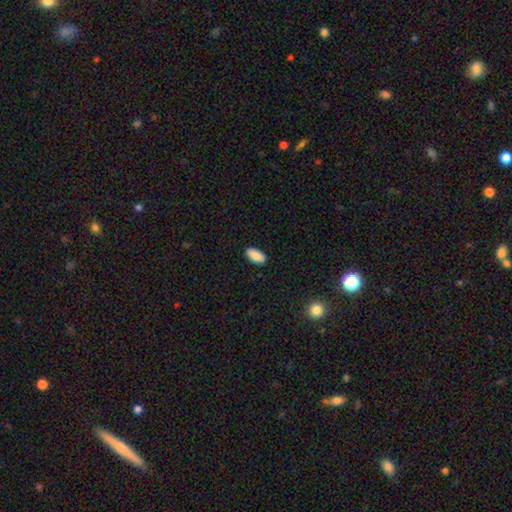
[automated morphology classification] This is clearly a smooth galaxy (88%). How rounded: clearly in between (93%). Merging: clearly none (89%).